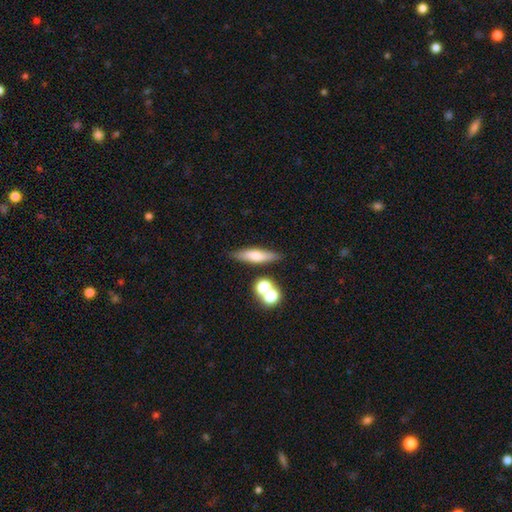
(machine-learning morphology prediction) A smooth galaxy with no disk features (62%) that is cigar-shaped (70%).

Vote fractions:
- Smooth or featured? smooth: 62% / featured or disk: 30% / star or artifact: 8%
- How rounded? cigar-shaped: 70% / in between: 26% / round: 4%
- Merging? none: 78% / minor disturbance: 10% / merger: 9% / major disturbance: 3%